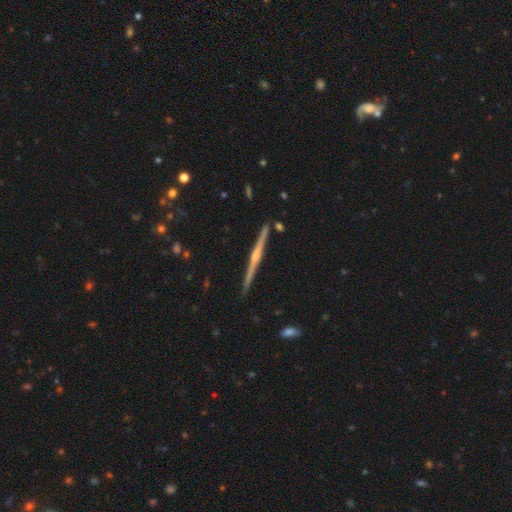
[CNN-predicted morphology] Smooth or featured: featured or disk — 82% (smooth — 13%)
Edge-on disk: yes — 99% (no — 1%)
Edge-on bulge: rounded — 77% (none — 15%)
Merging: none — 90% (minor disturbance — 7%)